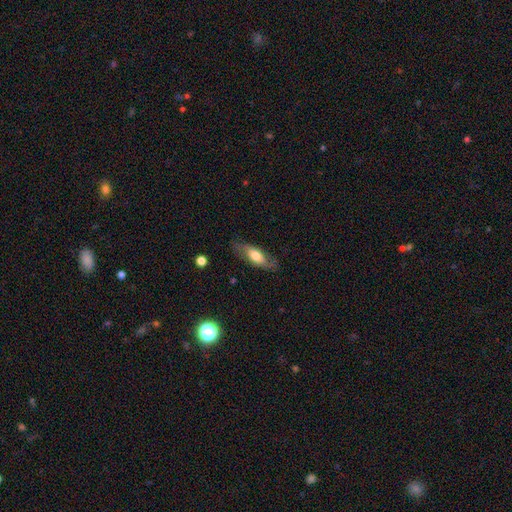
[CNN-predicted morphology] type=smooth (53%); roundness=in between (69%); merging=none (76%).